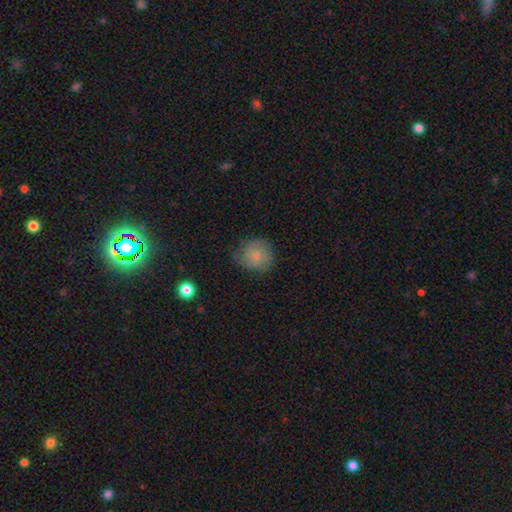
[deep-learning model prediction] smooth 74%, featured or disk 17%, star or artifact 9%. Down the decision tree: how rounded — round (87%); merging — none (63%).